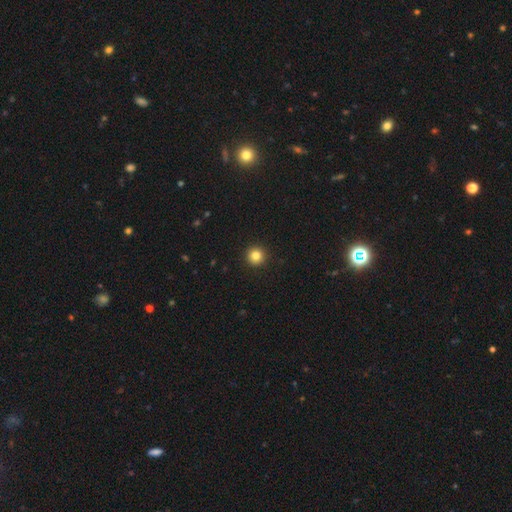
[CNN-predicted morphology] type=smooth (83%); roundness=round (96%); merging=none (94%).